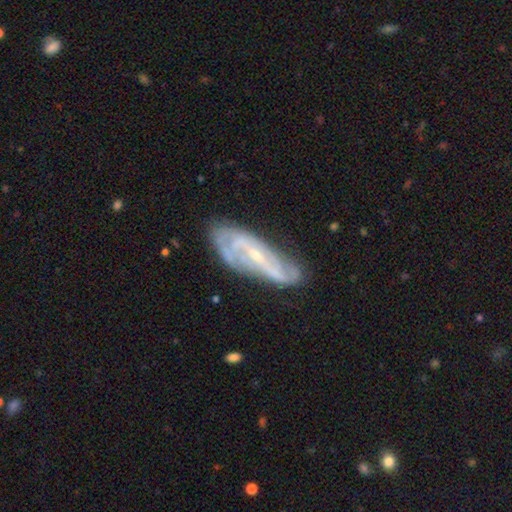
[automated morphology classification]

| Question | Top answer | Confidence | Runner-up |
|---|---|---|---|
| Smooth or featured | featured or disk | 80% | smooth (13%) |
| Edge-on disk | no | 84% | yes (16%) |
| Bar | weak | 37% | strong (32%) |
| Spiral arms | yes | 89% | no (11%) |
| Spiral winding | medium | 40% | tight (35%) |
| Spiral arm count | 2 | 54% | can't tell (26%) |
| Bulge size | small | 74% | moderate (21%) |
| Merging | none | 70% | minor disturbance (21%) |